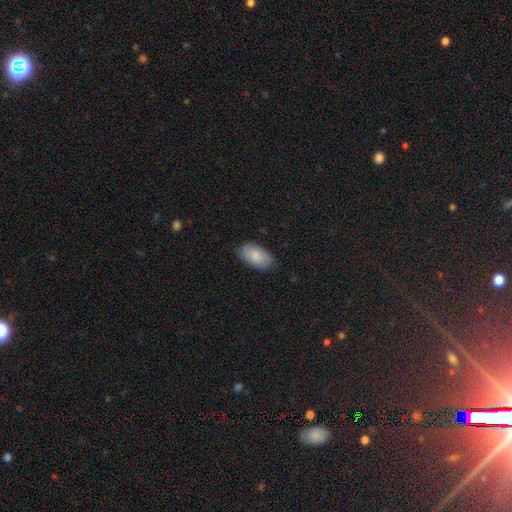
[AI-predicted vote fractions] Smooth or featured?
  - smooth: 83% *
  - featured or disk: 11%
  - star or artifact: 6%
How rounded?
  - in between: 95% *
  - round: 3%
  - cigar-shaped: 2%
Merging?
  - none: 82% *
  - minor disturbance: 15%
  - major disturbance: 3%
  - merger: 1%